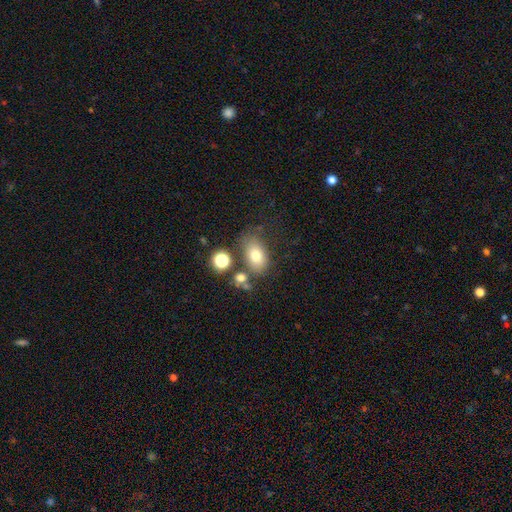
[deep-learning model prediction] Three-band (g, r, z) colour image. It shows a smooth galaxy with no disk features (74%) that is in between round and cigar-shaped (84%). Merging: none (63%).